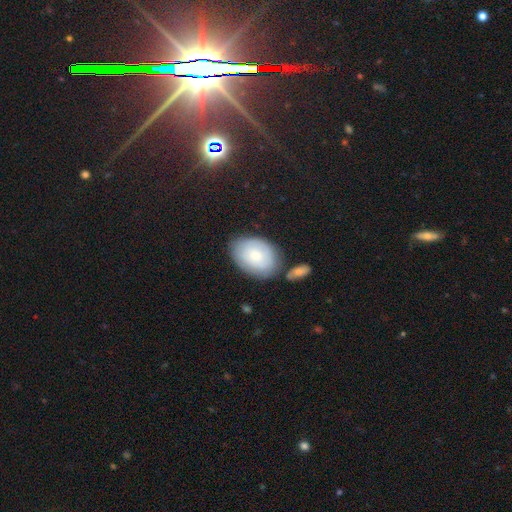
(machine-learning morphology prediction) smooth-or-featured: smooth: 67% | featured or disk: 27% | star or artifact: 6%
  how-rounded: in between: 83% | round: 16% | cigar-shaped: 1%
  merging: none: 68% | minor disturbance: 19% | merger: 8% | major disturbance: 5%